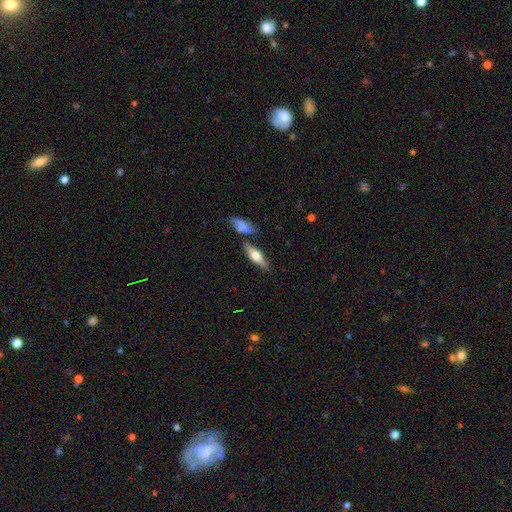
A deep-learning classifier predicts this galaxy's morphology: A featured or disk galaxy (50%) viewed edge-on (91%). Merging: none (76%).